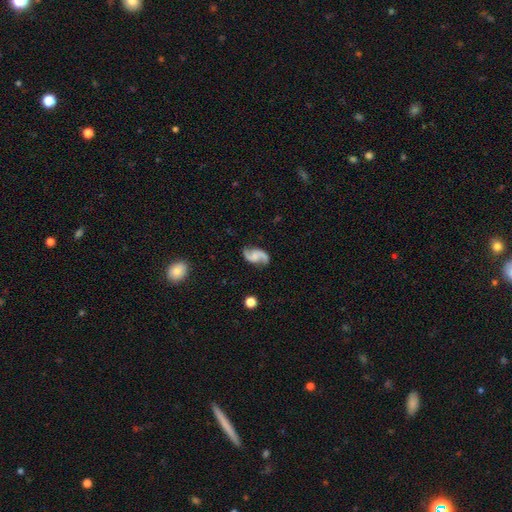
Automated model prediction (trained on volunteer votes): This appears to be a featured or disk galaxy (86%) with no bar (52%), 2 (94%) loose (57%) spiral arms (97%) and no central bulge (59%). Merging: none (80%).